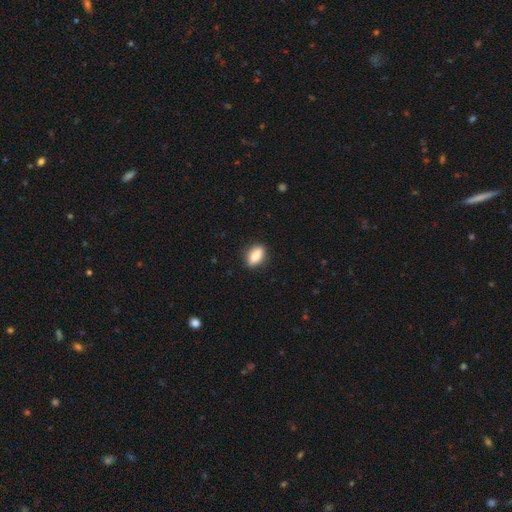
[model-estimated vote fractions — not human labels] Smooth or featured: smooth — 80% (featured or disk — 12%)
How rounded: in between — 77% (cigar-shaped — 15%)
Merging: none — 86% (minor disturbance — 11%)